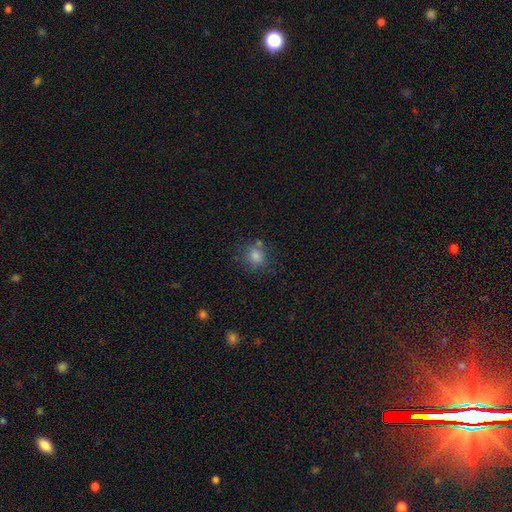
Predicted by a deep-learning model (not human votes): This is likely a smooth galaxy (77%). How rounded: likely round (80%). Merging: likely none (75%).